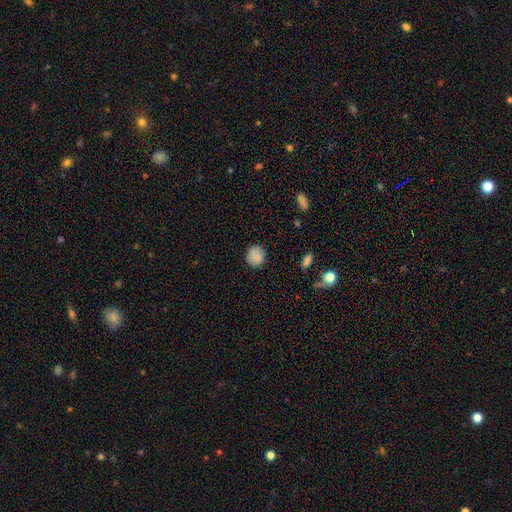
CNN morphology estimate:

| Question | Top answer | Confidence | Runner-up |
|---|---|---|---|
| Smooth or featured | smooth | 86% | star or artifact (9%) |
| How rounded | round | 82% | in between (17%) |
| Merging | none | 86% | minor disturbance (10%) |